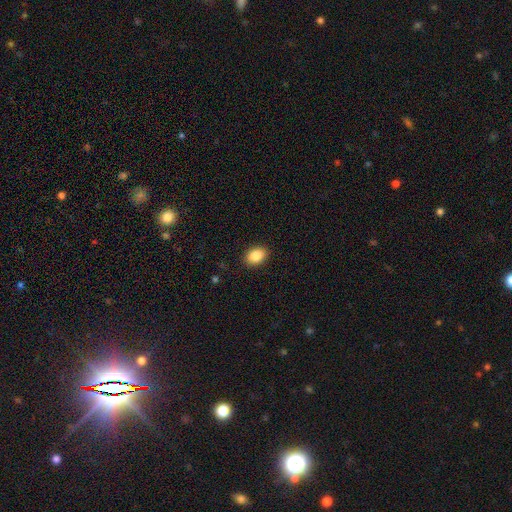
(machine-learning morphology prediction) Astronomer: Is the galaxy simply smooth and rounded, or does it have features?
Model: smooth — 87%.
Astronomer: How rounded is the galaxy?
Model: in between — 77%.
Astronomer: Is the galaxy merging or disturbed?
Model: none — 90%.